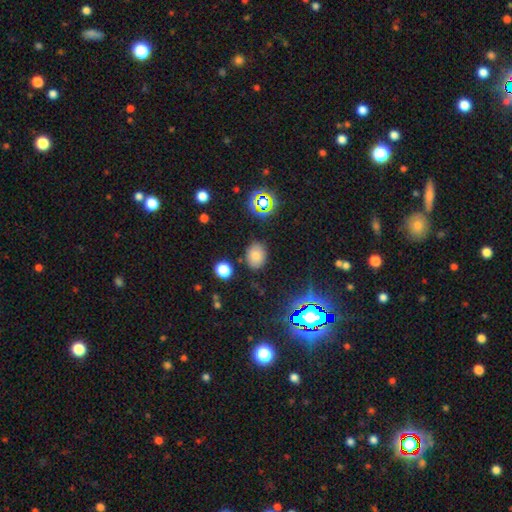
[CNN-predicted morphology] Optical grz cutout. It shows a smooth galaxy with no disk features (71%) that is in between round and cigar-shaped (59%). Merging: none (83%).